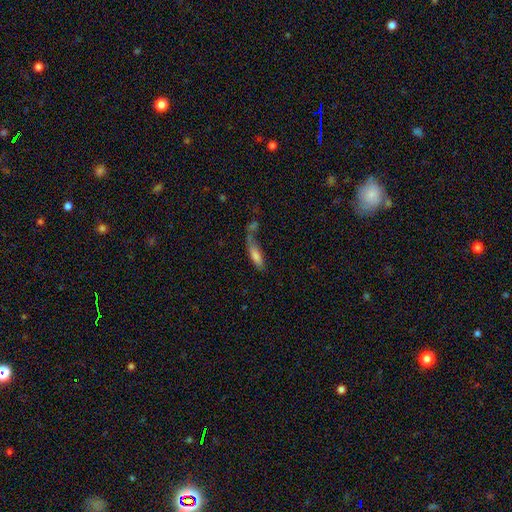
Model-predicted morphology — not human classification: The model was most divided on "merging": merger: 32%, none: 30%, major disturbance: 20%, minor disturbance: 18%. More confident: smooth or featured — smooth (70%); how rounded — cigar-shaped (63%).